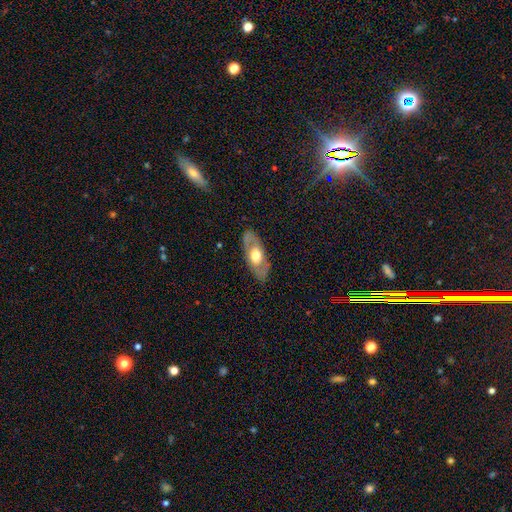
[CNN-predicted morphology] Smooth or featured? featured or disk (53%)
Edge-on disk? no (77%)
Merging? none (84%)